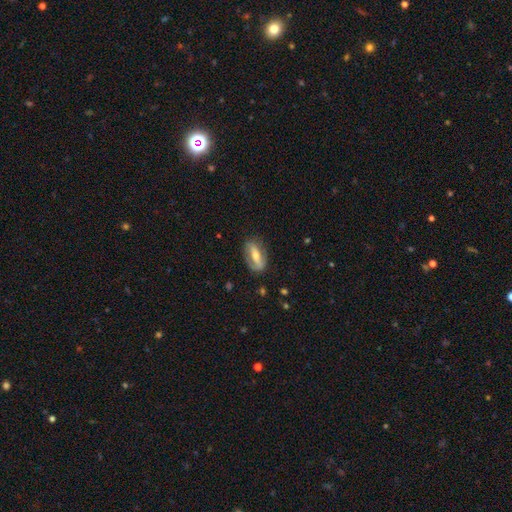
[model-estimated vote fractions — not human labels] A featured or disk galaxy (56%).

Vote fractions:
- Smooth or featured? featured or disk: 56% / smooth: 37% / star or artifact: 7%
- Edge-on disk? no: 80% / yes: 20%
- Merging? none: 76% / minor disturbance: 17% / major disturbance: 6% / merger: 1%